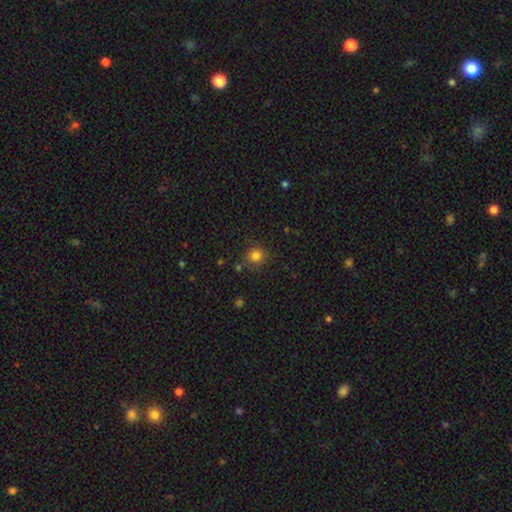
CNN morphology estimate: This appears to be a smooth galaxy with no disk features (82%) that is round (90%). Merging: none (84%).